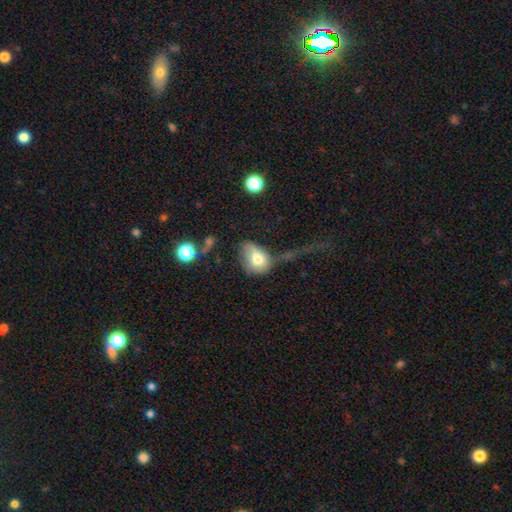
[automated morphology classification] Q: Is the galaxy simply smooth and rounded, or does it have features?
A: smooth — 72%.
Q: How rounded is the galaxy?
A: in between — 70%.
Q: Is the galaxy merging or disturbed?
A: major disturbance — 41%.